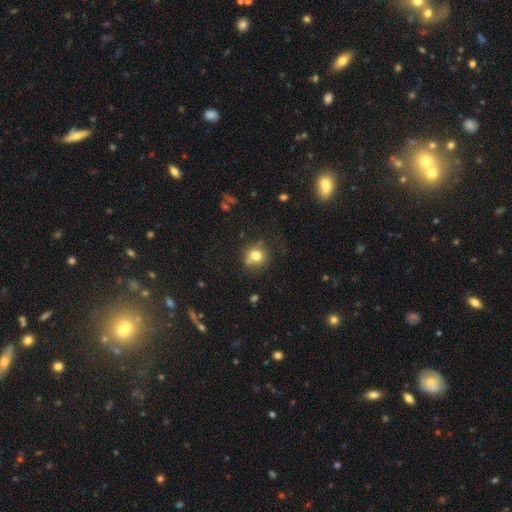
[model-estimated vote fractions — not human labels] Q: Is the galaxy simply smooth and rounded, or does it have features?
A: smooth — 76%.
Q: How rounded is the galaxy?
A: round — 85%.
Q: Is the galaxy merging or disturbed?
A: none — 70%.